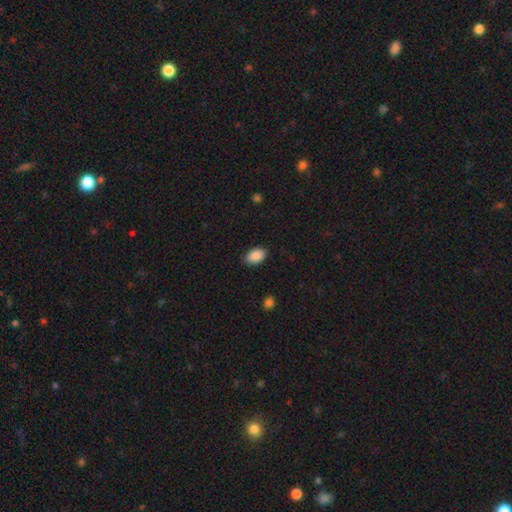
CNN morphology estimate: smooth-or-featured: smooth: 90% | star or artifact: 7% | featured or disk: 3%
  how-rounded: in between: 89% | round: 10% | cigar-shaped: 1%
  merging: none: 87% | minor disturbance: 10% | major disturbance: 2% | merger: 1%